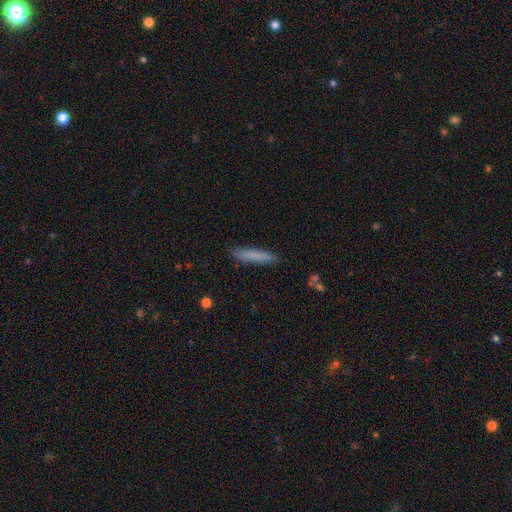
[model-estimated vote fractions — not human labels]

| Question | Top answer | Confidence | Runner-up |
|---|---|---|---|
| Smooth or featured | smooth | 82% | featured or disk (12%) |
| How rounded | cigar-shaped | 89% | in between (9%) |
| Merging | none | 86% | minor disturbance (11%) |